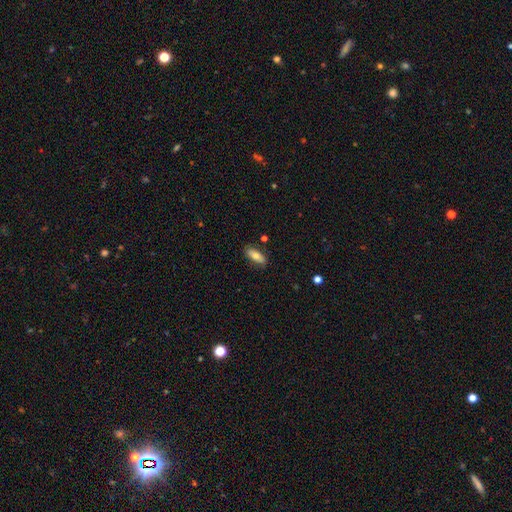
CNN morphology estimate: type=smooth (70%); roundness=in between (76%); merging=none (84%).